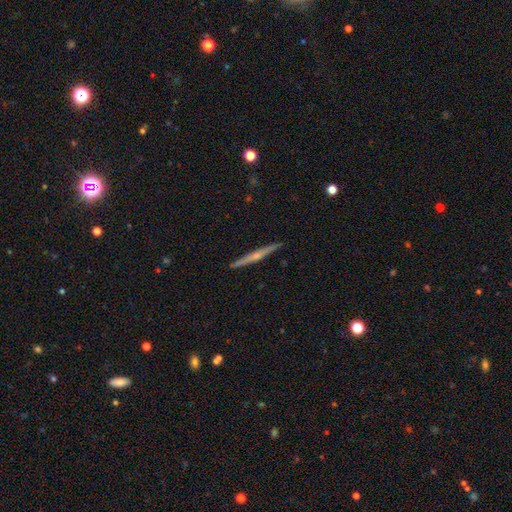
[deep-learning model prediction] Smooth or featured? featured or disk (69%)
Edge-on disk? yes (98%)
Edge-on bulge? rounded (66%)
Merging? none (92%)